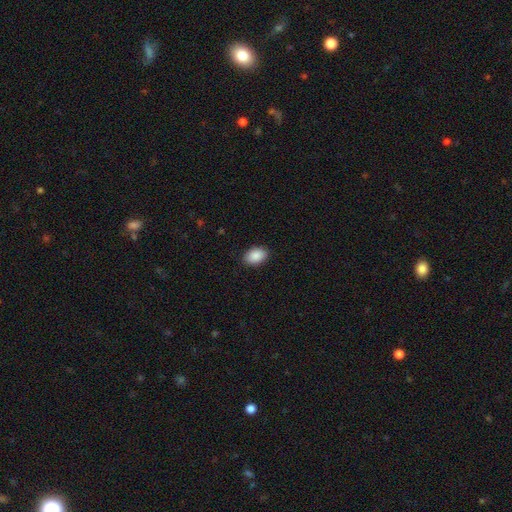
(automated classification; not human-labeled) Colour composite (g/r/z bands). It shows a smooth galaxy with no disk features (90%) that is in between round and cigar-shaped (87%). Merging: none (89%).